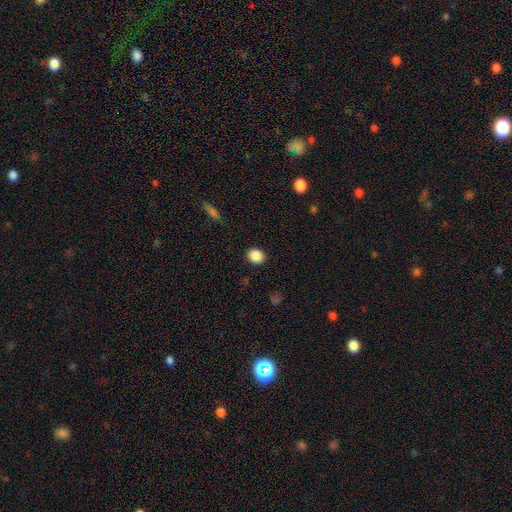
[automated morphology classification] Overall: smooth (87%). How rounded: round (67%; in between 32%). Merging: none (90%).